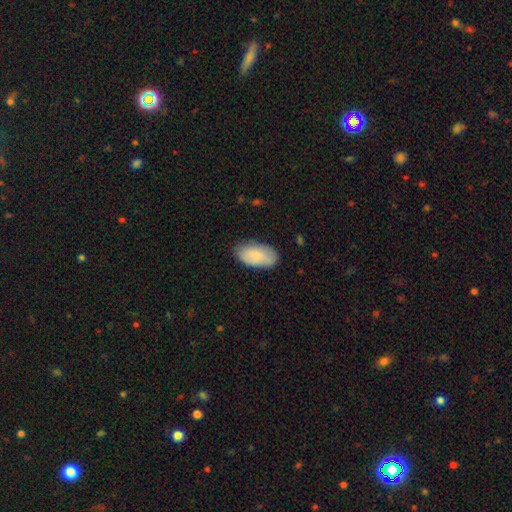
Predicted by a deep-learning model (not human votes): Morphology: type=smooth (84%); roundness=in between (95%); merging=none (78%).